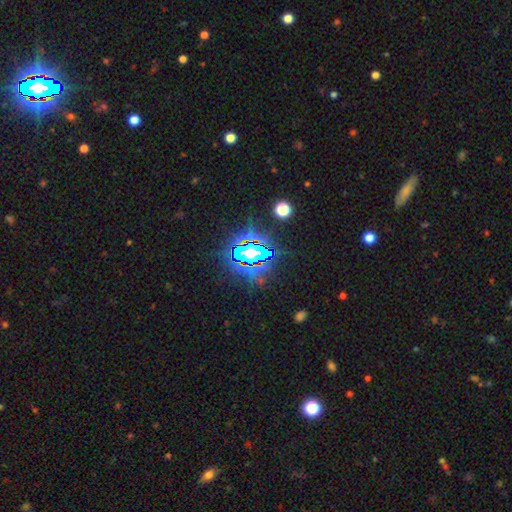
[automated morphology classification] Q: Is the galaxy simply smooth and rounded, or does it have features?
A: star or artifact — 71%.